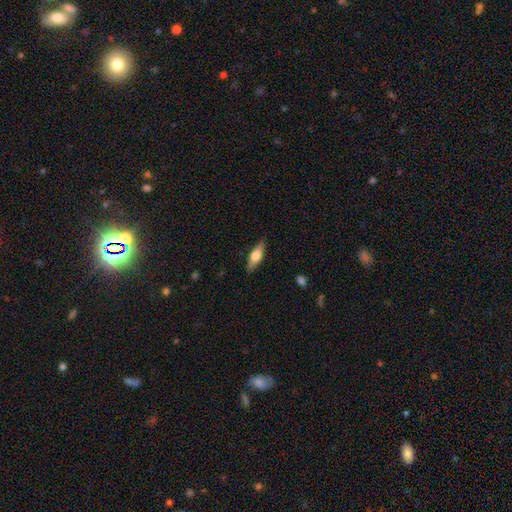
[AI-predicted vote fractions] Smooth or featured?
  - smooth: 54% *
  - featured or disk: 40%
  - star or artifact: 6%
How rounded?
  - in between: 52% *
  - cigar-shaped: 45%
  - round: 3%
Merging?
  - none: 87% *
  - minor disturbance: 10%
  - major disturbance: 2%
  - merger: 1%